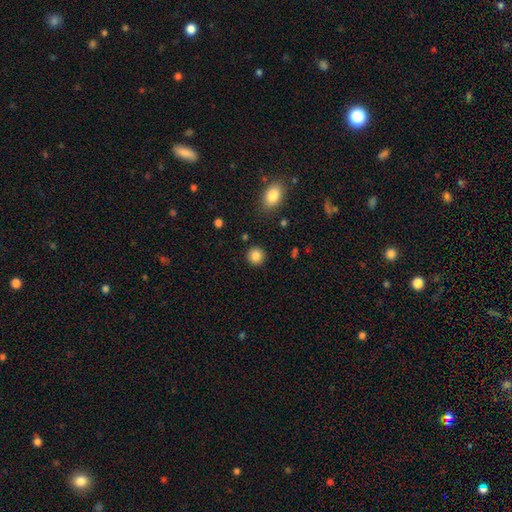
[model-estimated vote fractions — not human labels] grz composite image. It shows a smooth galaxy with no disk features (85%) that is round (92%). Merging: none (90%).